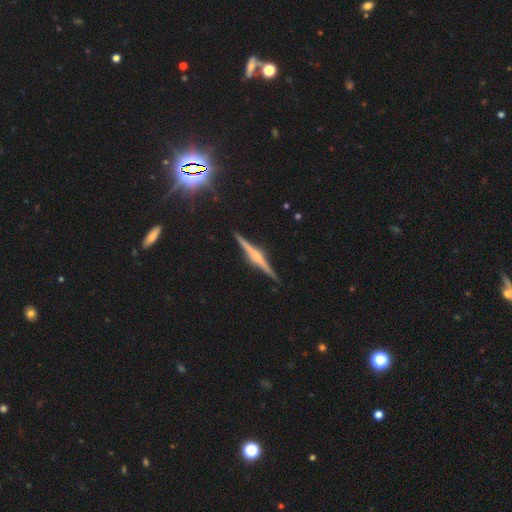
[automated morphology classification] A featured or disk galaxy (84%) viewed edge-on (98%) with a rounded central bulge (81%). Merging: none (91%).